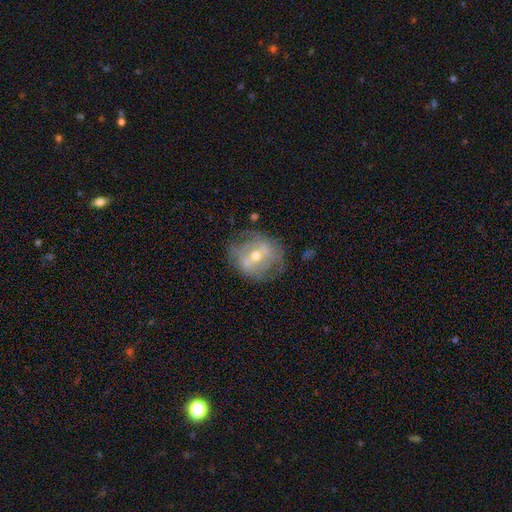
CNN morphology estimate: smooth-or-featured: featured or disk: 66% | smooth: 25% | star or artifact: 8%
  disk-edge-on: no: 94% | yes: 6%
    bar: weak: 40% | strong: 34% | no: 26%
    has-spiral-arms: yes: 51% | no: 49%
    bulge-size: moderate: 61% | small: 34% | large: 3% | none: 1% | dominant: 1%
  merging: none: 64% | minor disturbance: 22% | major disturbance: 12% | merger: 2%